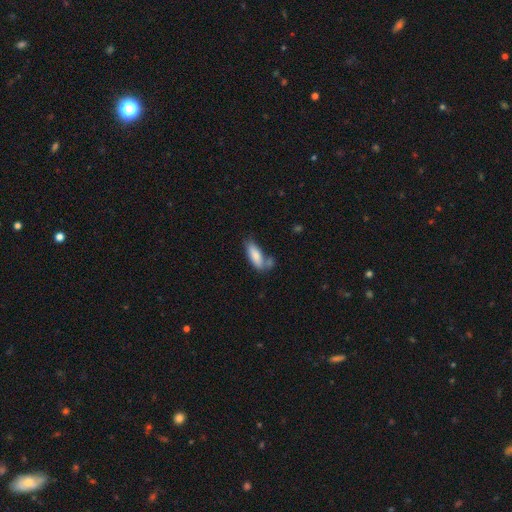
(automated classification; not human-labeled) This is clearly a smooth galaxy (82%). How rounded: likely in between (63%). Merging: possibly none (51%).